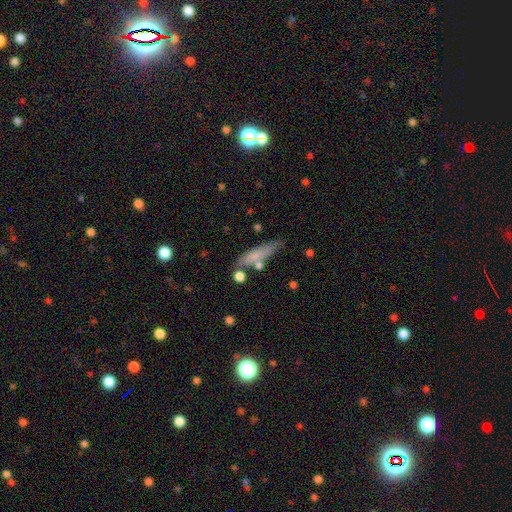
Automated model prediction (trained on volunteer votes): Smooth or featured: smooth — 70% (featured or disk — 22%)
How rounded: cigar-shaped — 78% (in between — 19%)
Merging: none — 68% (minor disturbance — 18%)